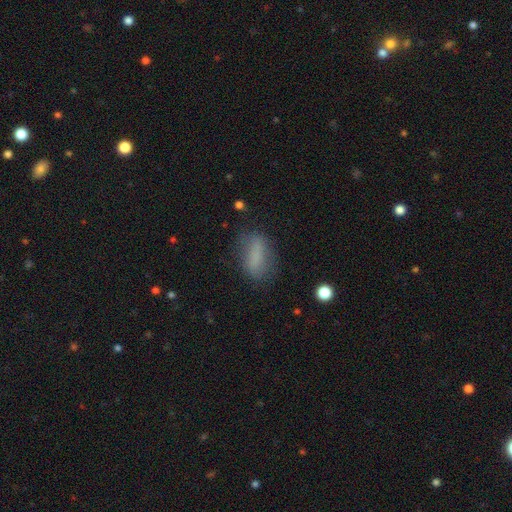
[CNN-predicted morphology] smooth_or_featured: smooth (p=0.75) [alt: featured or disk p=0.14]
how_rounded: in between (p=0.74) [alt: cigar-shaped p=0.21]
merging: none (p=0.70) [alt: minor disturbance p=0.20]